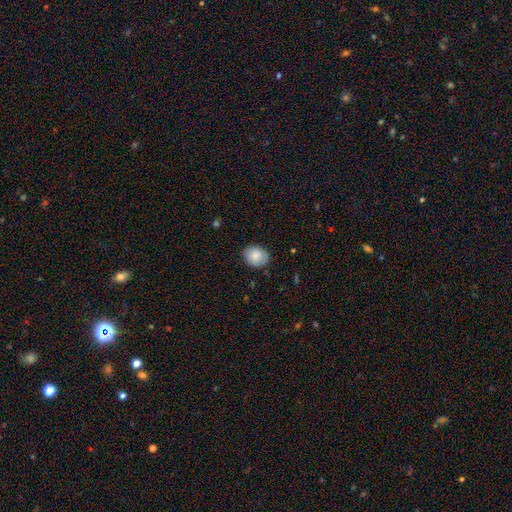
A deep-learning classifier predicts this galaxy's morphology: Overall: smooth (84%). How rounded: round (51%; in between 48%). Merging: none (82%).